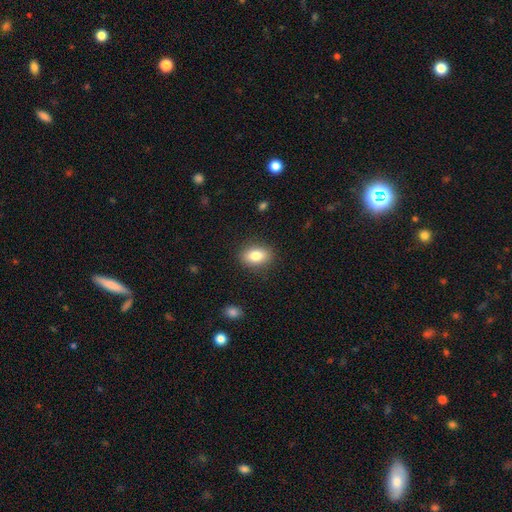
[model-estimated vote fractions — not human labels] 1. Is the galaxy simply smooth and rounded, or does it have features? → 82% smooth, 10% featured or disk, 8% star or artifact.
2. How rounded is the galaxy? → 79% in between, 19% round, 2% cigar-shaped.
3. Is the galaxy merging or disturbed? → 87% none, 9% minor disturbance, 3% major disturbance, 1% merger.